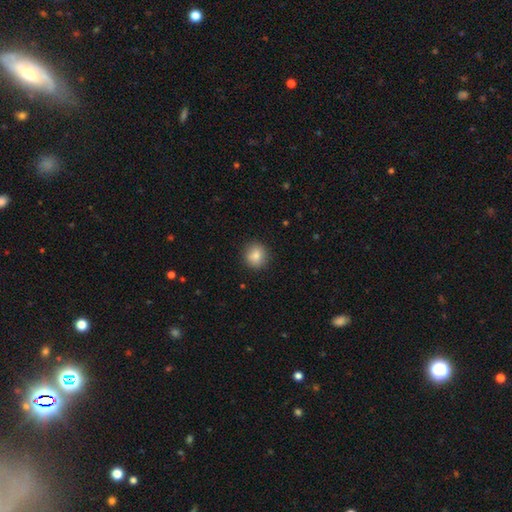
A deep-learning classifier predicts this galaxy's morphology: Smooth or featured?
  - smooth: 85% *
  - star or artifact: 9%
  - featured or disk: 6%
How rounded?
  - round: 88% *
  - in between: 11%
  - cigar-shaped: 1%
Merging?
  - none: 89% *
  - minor disturbance: 7%
  - major disturbance: 2%
  - merger: 1%